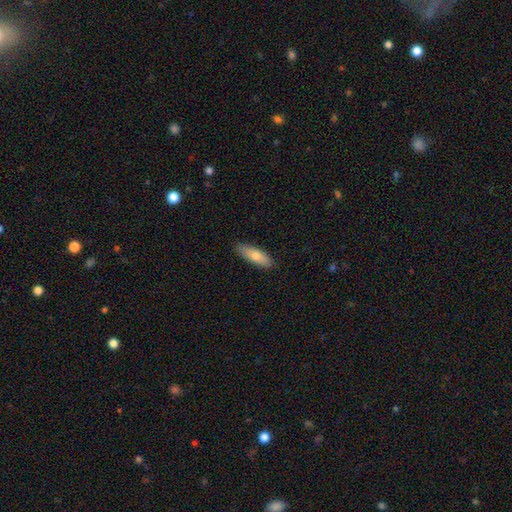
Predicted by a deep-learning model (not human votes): smooth 75%, featured or disk 19%, star or artifact 6%. Down the decision tree: how rounded — in between (55%); merging — none (88%).